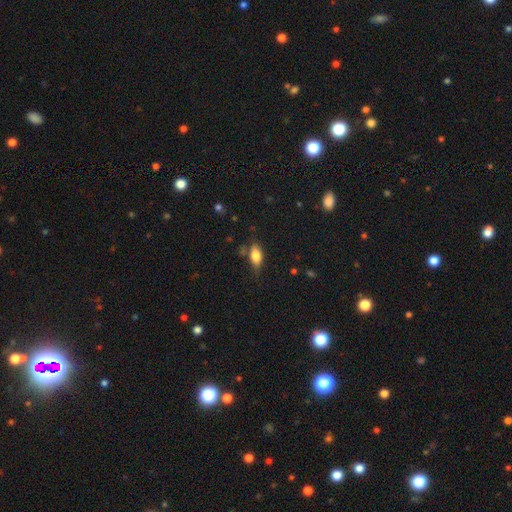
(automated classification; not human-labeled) This appears to be a smooth galaxy with no disk features (80%) that is in between round and cigar-shaped (86%). Merging: none (65%).